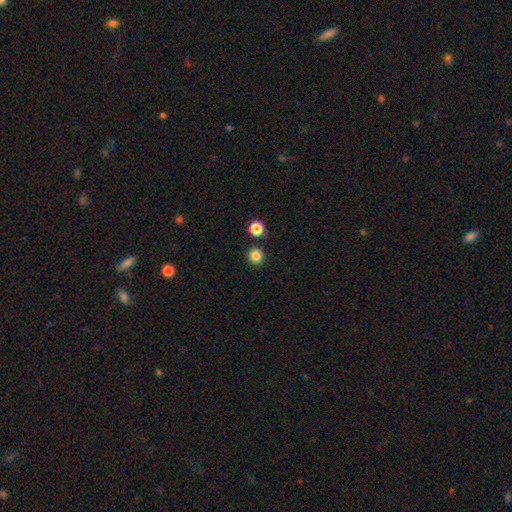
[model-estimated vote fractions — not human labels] Smooth or featured? Predicted: smooth (p=0.85). How rounded? Predicted: round (p=0.94). Merging? Predicted: none (p=0.89).